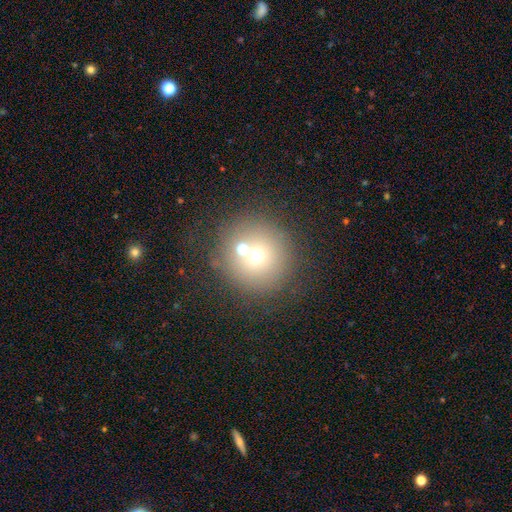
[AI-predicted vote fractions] Overall: smooth (62%). How rounded: round (95%). Merging: none (66%).